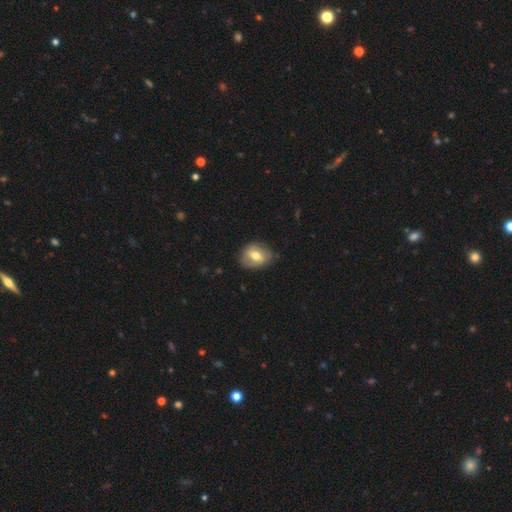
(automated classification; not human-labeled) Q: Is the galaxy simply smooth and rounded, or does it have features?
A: smooth — 53%.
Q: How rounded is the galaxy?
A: in between — 54%.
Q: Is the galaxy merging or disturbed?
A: none — 73%.